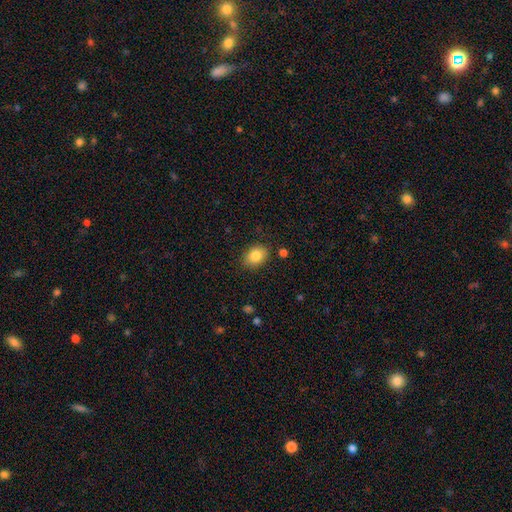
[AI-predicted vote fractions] This is clearly a smooth galaxy (84%). How rounded: likely in between (69%). Merging: clearly none (84%).